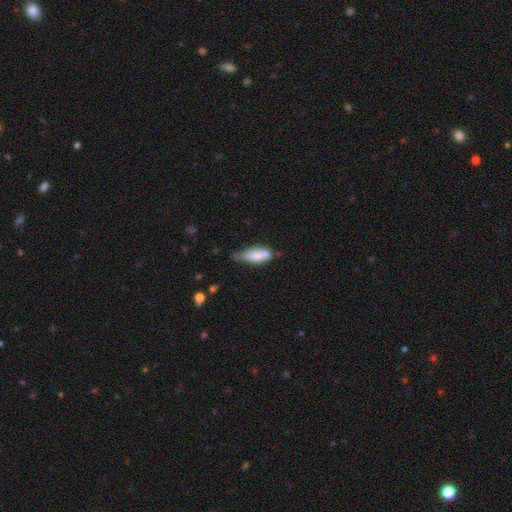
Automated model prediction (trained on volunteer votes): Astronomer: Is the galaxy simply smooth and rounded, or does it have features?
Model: smooth — 71%.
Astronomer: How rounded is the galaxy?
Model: in between — 68%.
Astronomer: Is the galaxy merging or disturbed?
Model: minor disturbance — 39% (runner-up: none, 34%).